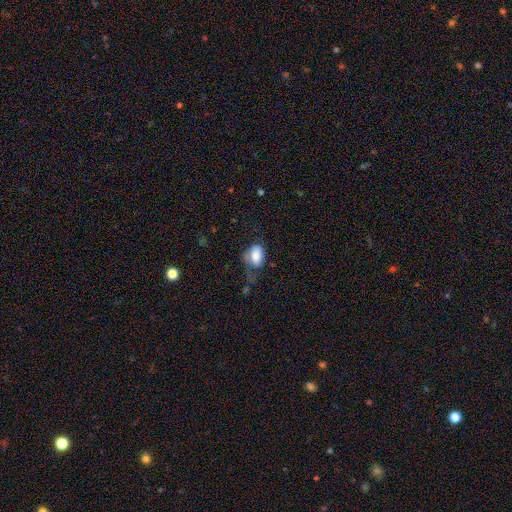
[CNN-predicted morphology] smooth_or_featured: smooth (p=0.72) [alt: featured or disk p=0.20]
how_rounded: in between (p=0.84) [alt: round p=0.14]
merging: major disturbance (p=0.43) [alt: minor disturbance p=0.27]